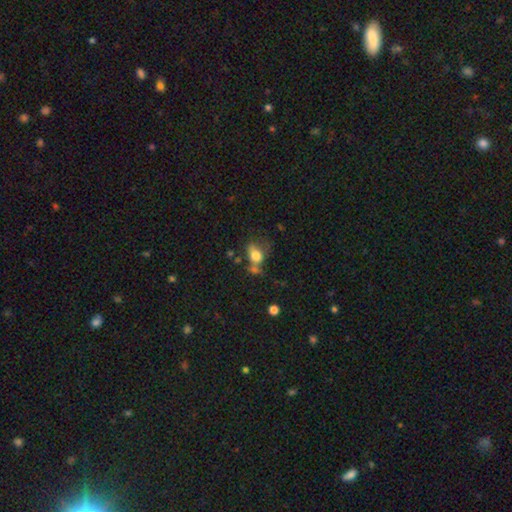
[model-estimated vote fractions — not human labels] The model was most divided on "merging": none: 31%, merger: 27%, minor disturbance: 22%, major disturbance: 21%. More confident: smooth or featured — smooth (72%); how rounded — in between (66%).